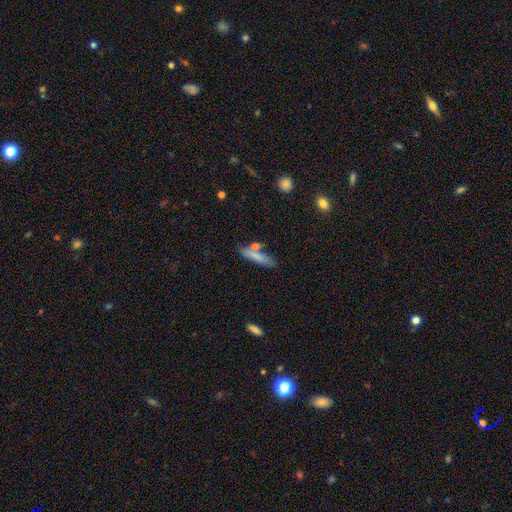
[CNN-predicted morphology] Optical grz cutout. It shows a smooth galaxy with no disk features (75%) that is cigar-shaped (78%). Merging: none (70%).